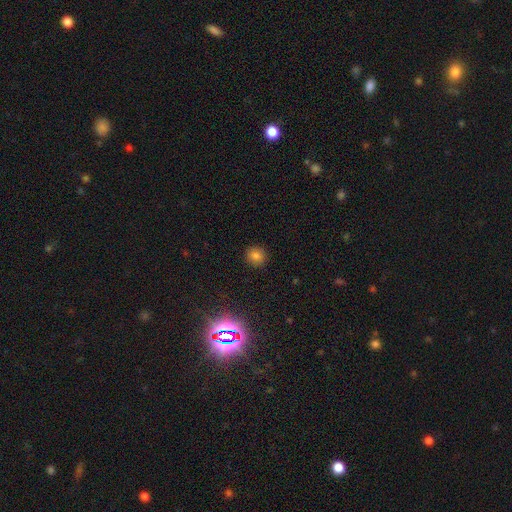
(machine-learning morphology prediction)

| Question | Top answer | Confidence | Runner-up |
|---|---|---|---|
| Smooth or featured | smooth | 76% | star or artifact (17%) |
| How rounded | round | 90% | in between (9%) |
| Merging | none | 90% | minor disturbance (6%) |